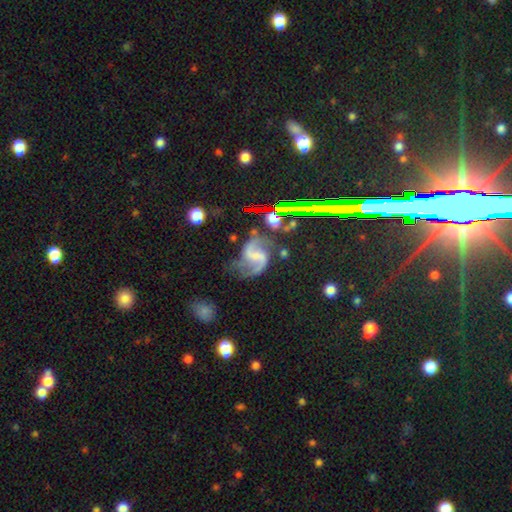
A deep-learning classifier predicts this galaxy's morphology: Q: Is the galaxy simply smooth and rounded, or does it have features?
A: featured or disk — 85%.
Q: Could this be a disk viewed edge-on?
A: no — 98%.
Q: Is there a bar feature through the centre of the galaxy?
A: weak — 48%.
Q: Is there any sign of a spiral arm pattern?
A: yes — 96%.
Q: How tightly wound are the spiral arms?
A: loose — 54%.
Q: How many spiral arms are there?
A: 2 — 92%.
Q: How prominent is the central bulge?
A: none — 39%.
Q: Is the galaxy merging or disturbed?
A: none — 58%.